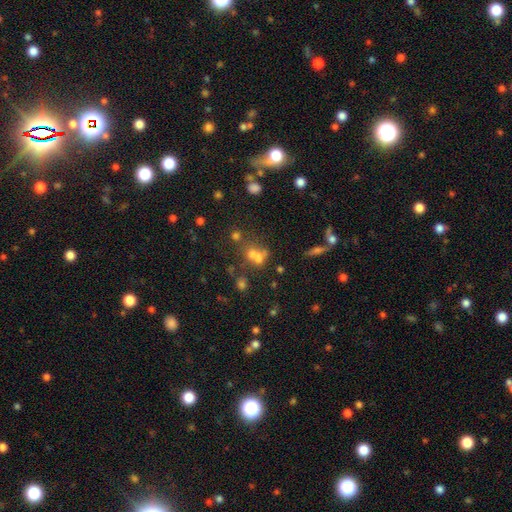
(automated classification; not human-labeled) Q: Smooth or featured?
A: smooth (57%); runner-up: star or artifact (23%)
Q: How rounded?
A: round (67%); runner-up: in between (31%)
Q: Merging?
A: merger (48%); runner-up: none (36%)